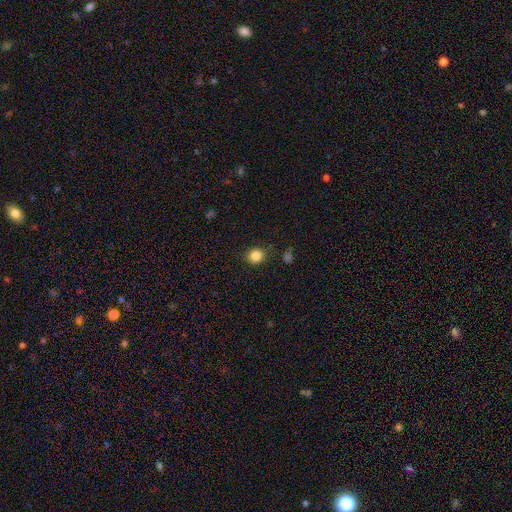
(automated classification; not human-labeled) smooth_or_featured: smooth (p=0.85) [alt: star or artifact p=0.11]
how_rounded: round (p=0.82) [alt: in between p=0.17]
merging: none (p=0.87) [alt: minor disturbance p=0.09]